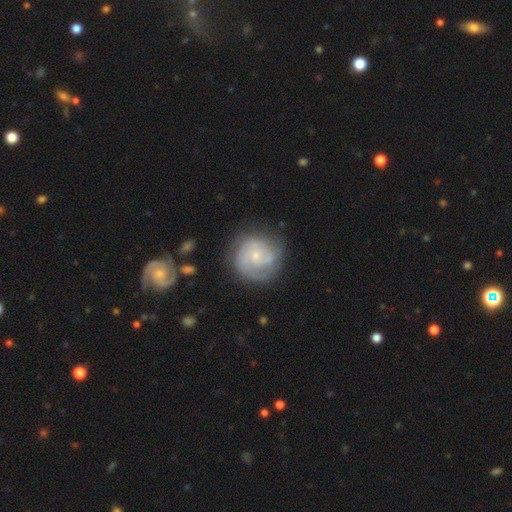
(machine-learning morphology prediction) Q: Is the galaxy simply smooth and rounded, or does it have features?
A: featured or disk — 68%.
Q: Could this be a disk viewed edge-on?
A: no — 98%.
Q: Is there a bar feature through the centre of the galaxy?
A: no — 70%.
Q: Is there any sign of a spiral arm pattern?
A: yes — 88%.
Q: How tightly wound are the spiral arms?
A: tight — 49%.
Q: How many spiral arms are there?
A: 2 — 31%, tied with can't tell.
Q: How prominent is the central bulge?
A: small — 77%.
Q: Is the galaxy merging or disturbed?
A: none — 68%.